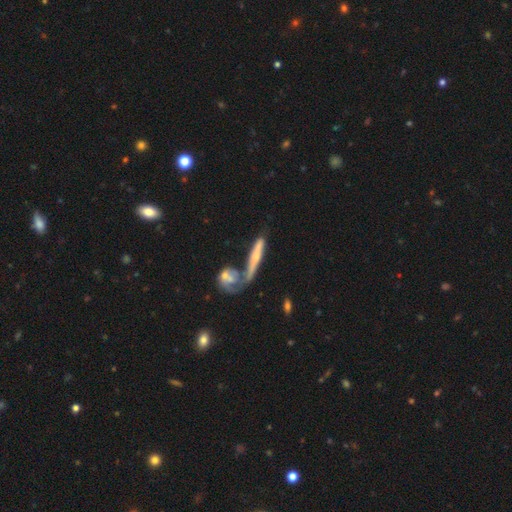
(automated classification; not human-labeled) smooth_or_featured: featured or disk (p=0.52) [alt: smooth p=0.40]
disk_edge_on: yes (p=0.69) [alt: no p=0.31]
merging: merger (p=0.39) [alt: none p=0.35]